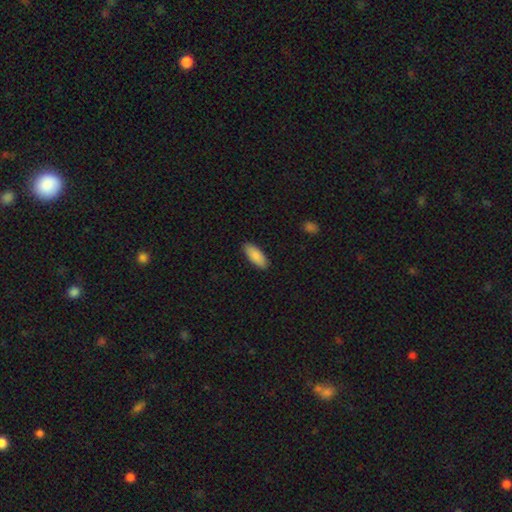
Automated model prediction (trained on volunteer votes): Morphology: type=smooth (89%); roundness=in between (80%); merging=none (89%).